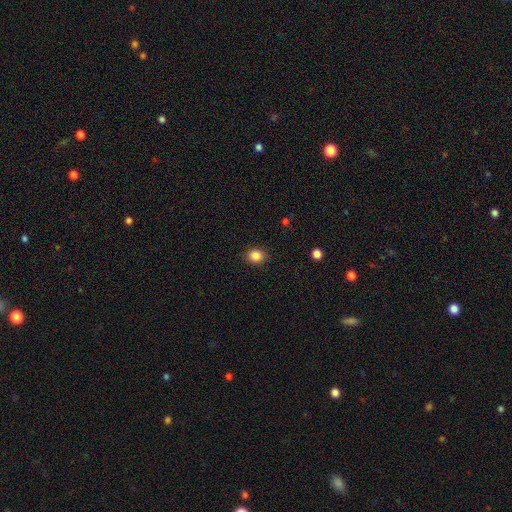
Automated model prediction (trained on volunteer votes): smooth_or_featured: smooth (p=0.86) [alt: star or artifact p=0.10]
how_rounded: round (p=0.67) [alt: in between p=0.33]
merging: none (p=0.88) [alt: minor disturbance p=0.09]